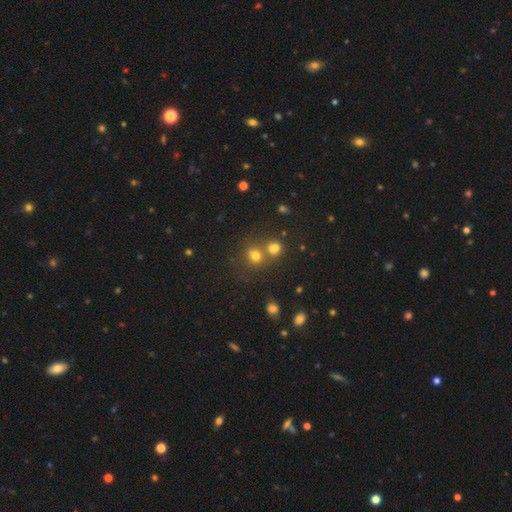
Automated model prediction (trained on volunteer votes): Smooth or featured? smooth (72%)
How rounded? round (78%)
Merging? none (53%)